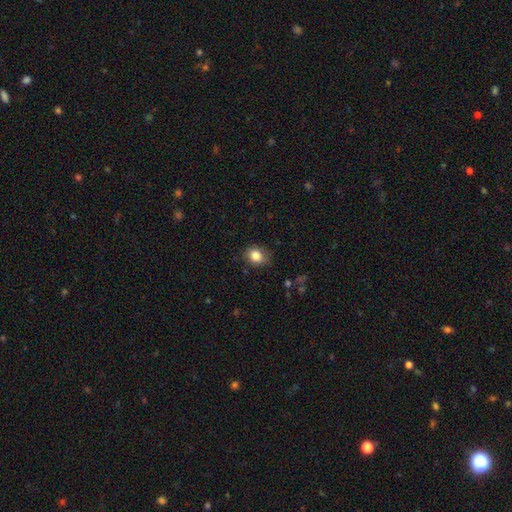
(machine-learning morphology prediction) smooth-or-featured: smooth: 84% | star or artifact: 10% | featured or disk: 6%
  how-rounded: round: 60% | in between: 39% | cigar-shaped: 1%
  merging: none: 80% | minor disturbance: 16% | major disturbance: 3% | merger: 1%